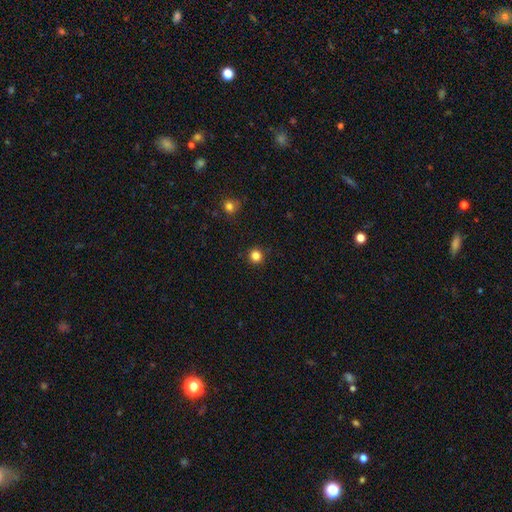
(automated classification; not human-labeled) Q: Smooth or featured?
A: smooth (84%); runner-up: star or artifact (13%)
Q: How rounded?
A: round (95%); runner-up: in between (4%)
Q: Merging?
A: none (92%); runner-up: minor disturbance (5%)